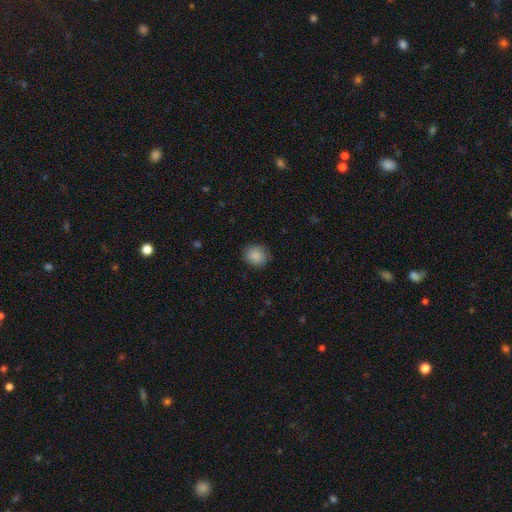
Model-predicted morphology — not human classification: smooth_or_featured: smooth (p=0.88) [alt: star or artifact p=0.08]
how_rounded: round (p=0.75) [alt: in between p=0.24]
merging: none (p=0.87) [alt: minor disturbance p=0.10]